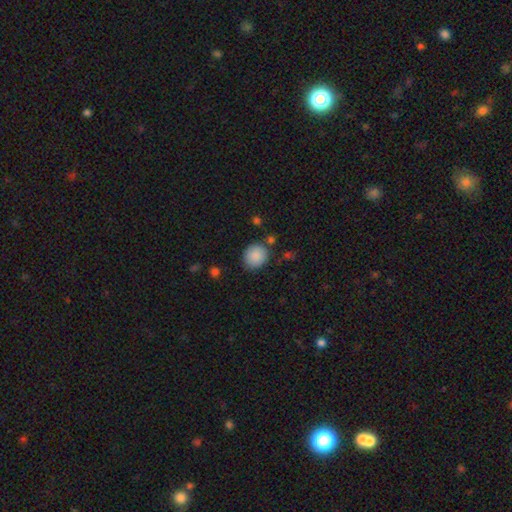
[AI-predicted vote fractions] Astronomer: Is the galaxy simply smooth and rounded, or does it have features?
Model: smooth — 88%.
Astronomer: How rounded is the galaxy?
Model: round — 81%.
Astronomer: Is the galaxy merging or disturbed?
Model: none — 81%.